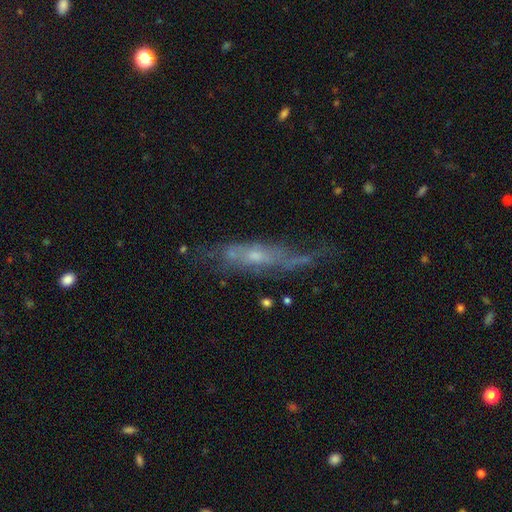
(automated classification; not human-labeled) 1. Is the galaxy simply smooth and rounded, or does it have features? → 64% featured or disk, 27% smooth, 9% star or artifact.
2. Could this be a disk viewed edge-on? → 59% no, 41% yes.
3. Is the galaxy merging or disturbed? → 45% none, 28% minor disturbance, 22% major disturbance, 5% merger.